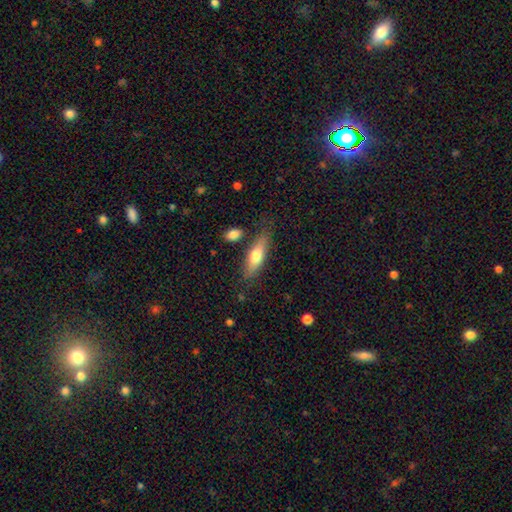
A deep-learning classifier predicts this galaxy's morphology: smooth_or_featured: smooth (p=0.65) [alt: featured or disk p=0.29]
how_rounded: cigar-shaped (p=0.52) [alt: in between p=0.45]
merging: none (p=0.75) [alt: minor disturbance p=0.15]